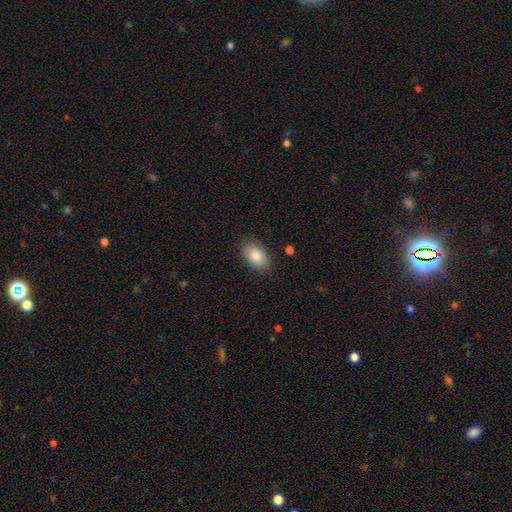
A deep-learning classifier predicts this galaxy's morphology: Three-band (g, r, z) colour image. It shows a smooth galaxy with no disk features (86%) that is in between round and cigar-shaped (91%). Merging: none (85%).